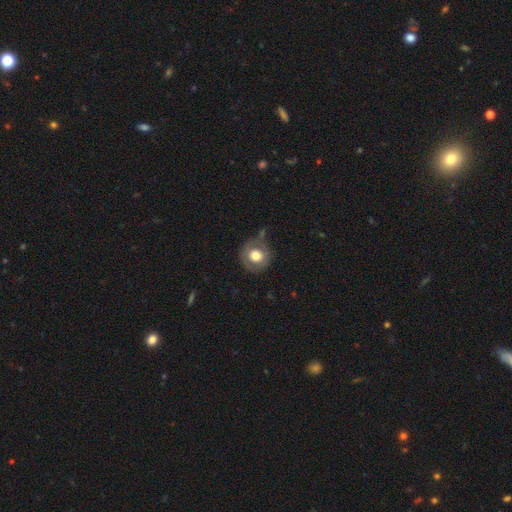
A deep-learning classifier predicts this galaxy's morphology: A smooth galaxy with no disk features (66%) that is round (90%). Merging: none (73%).